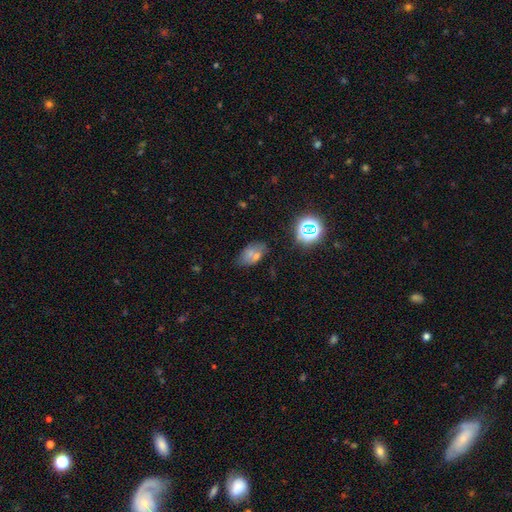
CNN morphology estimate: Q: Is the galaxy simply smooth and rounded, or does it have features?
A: smooth — 51%.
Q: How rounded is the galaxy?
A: in between — 82%.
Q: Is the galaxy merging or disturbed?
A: none — 58%.